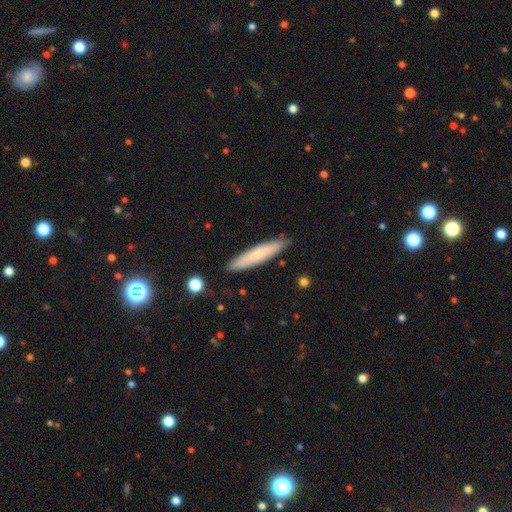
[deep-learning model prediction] Overall: smooth (63%; featured or disk 30%). How rounded: cigar-shaped (87%). Merging: none (88%).